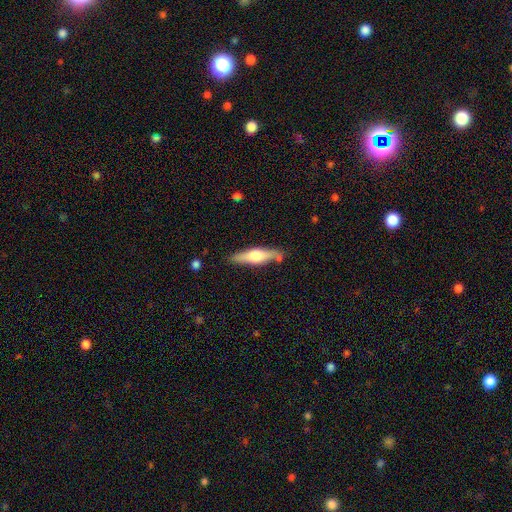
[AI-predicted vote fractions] Morphology: type=featured or disk (54%); edge-on=yes (93%); edge-on bulge=rounded (90%); merging=none (80%).